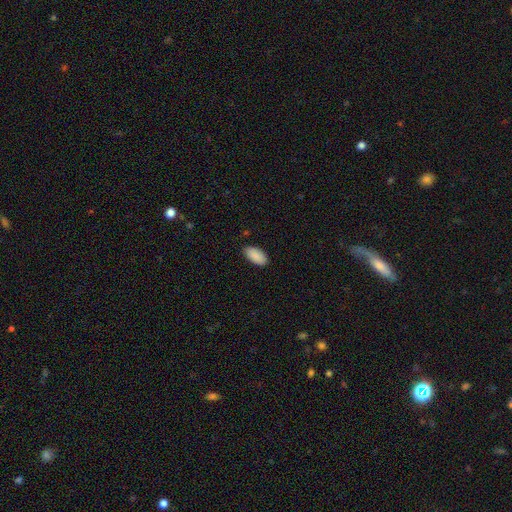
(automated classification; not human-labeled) Smooth or featured? Predicted: smooth (p=0.90). How rounded? Predicted: in between (p=0.94). Merging? Predicted: none (p=0.86).